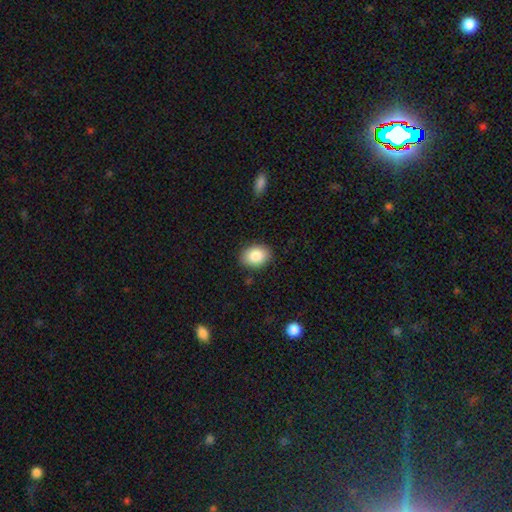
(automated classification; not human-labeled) Q: Smooth or featured?
A: smooth (87%); runner-up: star or artifact (7%)
Q: How rounded?
A: in between (74%); runner-up: round (25%)
Q: Merging?
A: none (86%); runner-up: minor disturbance (10%)